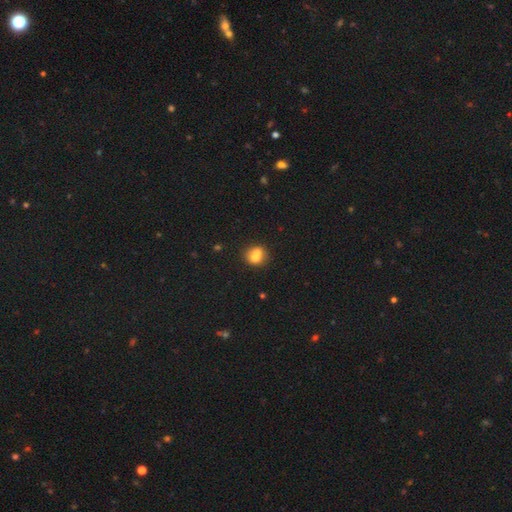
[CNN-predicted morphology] Smooth or featured?
  - smooth: 70% *
  - featured or disk: 19%
  - star or artifact: 11%
How rounded?
  - round: 76% *
  - in between: 23%
  - cigar-shaped: 1%
Merging?
  - merger: 51% *
  - none: 37%
  - minor disturbance: 9%
  - major disturbance: 3%